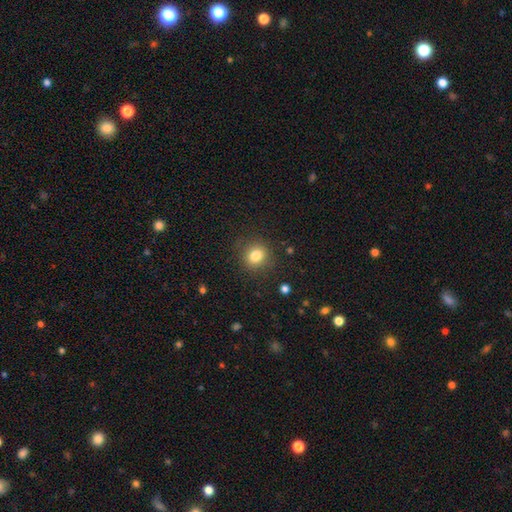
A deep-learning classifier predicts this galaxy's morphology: Smooth or featured: smooth — 82% (star or artifact — 11%)
How rounded: round — 81% (in between — 18%)
Merging: none — 86% (minor disturbance — 9%)